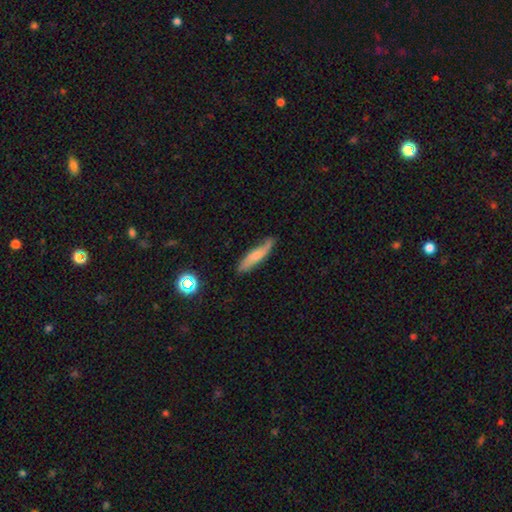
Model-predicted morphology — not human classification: type=smooth (55%); roundness=cigar-shaped (79%); merging=none (74%).